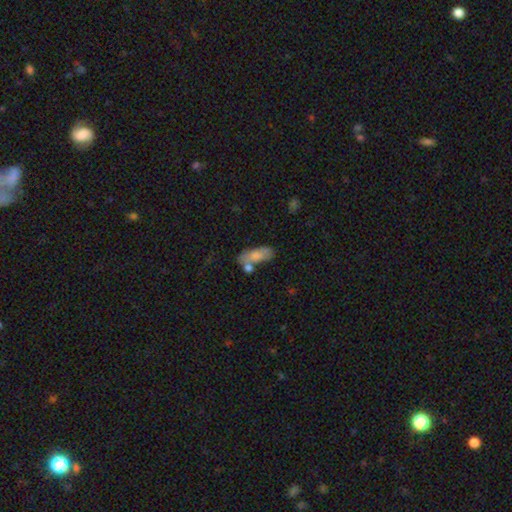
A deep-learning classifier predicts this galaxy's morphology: Q: Smooth or featured?
A: smooth (76%); runner-up: featured or disk (17%)
Q: How rounded?
A: in between (81%); runner-up: cigar-shaped (16%)
Q: Merging?
A: none (47%); runner-up: merger (27%)